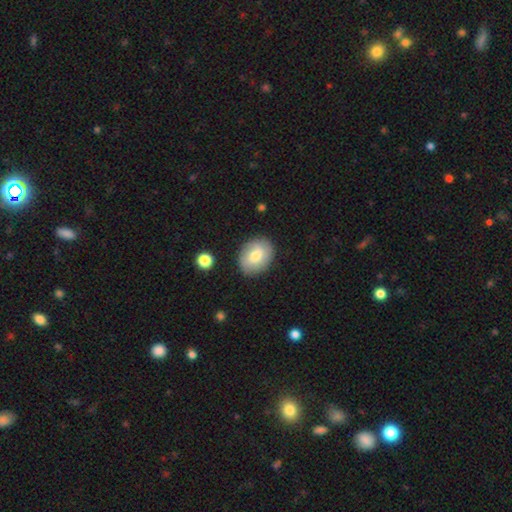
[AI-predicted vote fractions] Smooth or featured? smooth (69%)
How rounded? in between (64%)
Merging? none (82%)